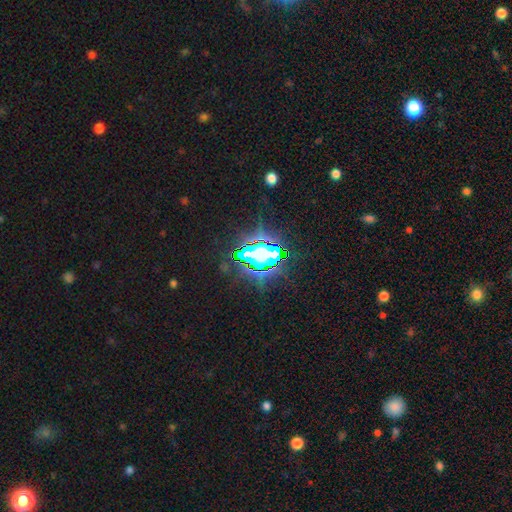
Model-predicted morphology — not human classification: Smooth or featured? Predicted: star or artifact (p=0.73).